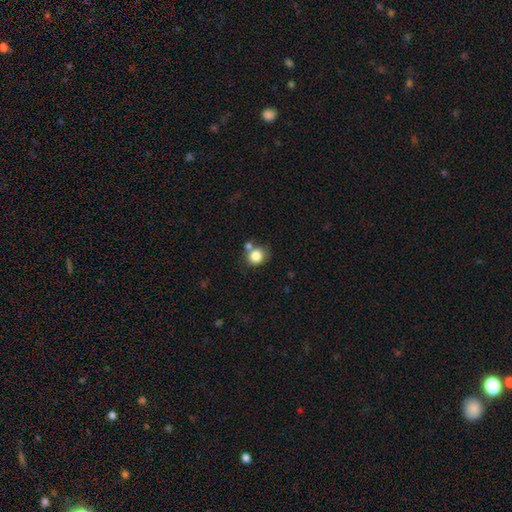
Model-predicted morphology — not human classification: A smooth galaxy with no disk features (83%) that is round (77%). Merging: none (59%).